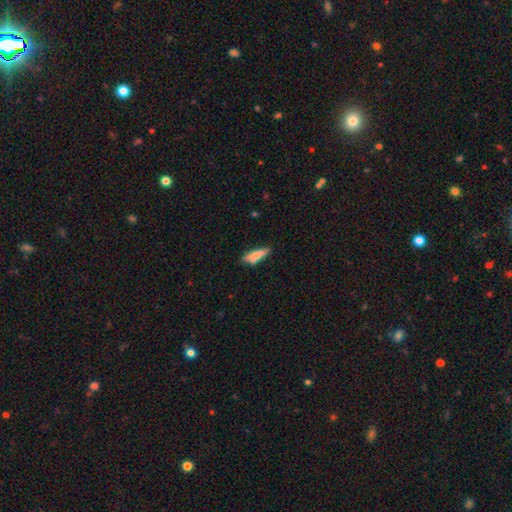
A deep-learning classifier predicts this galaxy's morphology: A smooth galaxy with no disk features (70%) that is cigar-shaped (68%).

Vote fractions:
- Smooth or featured? smooth: 70% / featured or disk: 24% / star or artifact: 7%
- How rounded? cigar-shaped: 68% / in between: 30% / round: 2%
- Merging? none: 61% / minor disturbance: 25% / merger: 7% / major disturbance: 7%